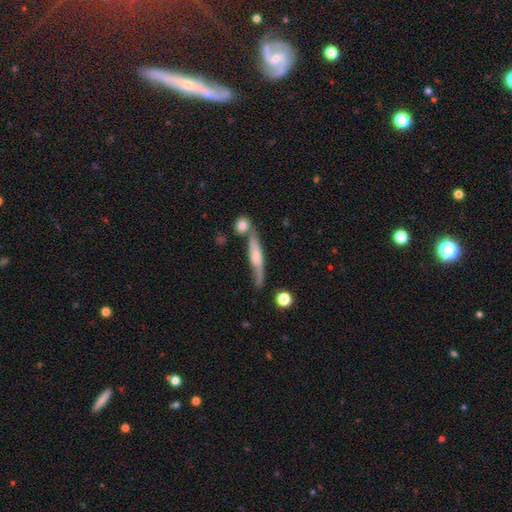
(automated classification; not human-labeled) This appears to be a featured or disk galaxy (65%) viewed edge-on (88%) with a rounded central bulge (67%). Merging: none (63%).